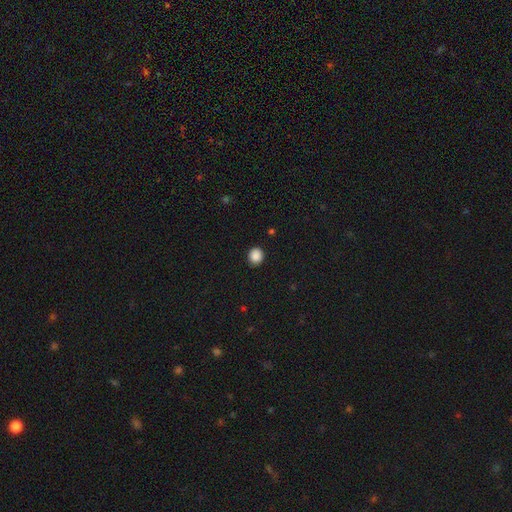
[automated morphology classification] Smooth or featured? Predicted: smooth (p=0.88). How rounded? Predicted: round (p=0.82). Merging? Predicted: none (p=0.89).